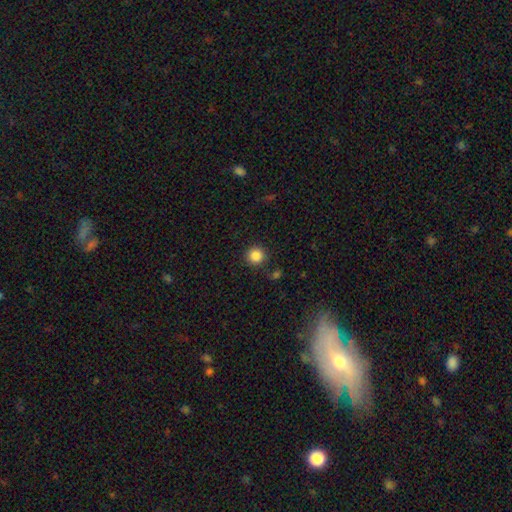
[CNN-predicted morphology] A smooth galaxy with no disk features (86%) that is round (94%).

Vote fractions:
- Smooth or featured? smooth: 86% / star or artifact: 10% / featured or disk: 4%
- How rounded? round: 94% / in between: 5% / cigar-shaped: 1%
- Merging? none: 88% / minor disturbance: 7% / merger: 3% / major disturbance: 2%